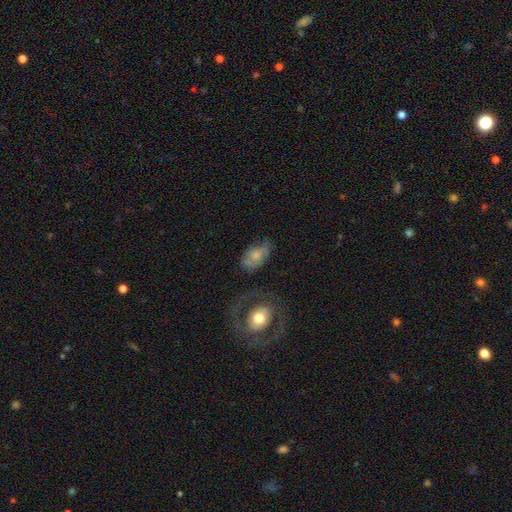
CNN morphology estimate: This is possibly a smooth galaxy (53%). How rounded: clearly in between (81%). Merging: possibly none (47%).